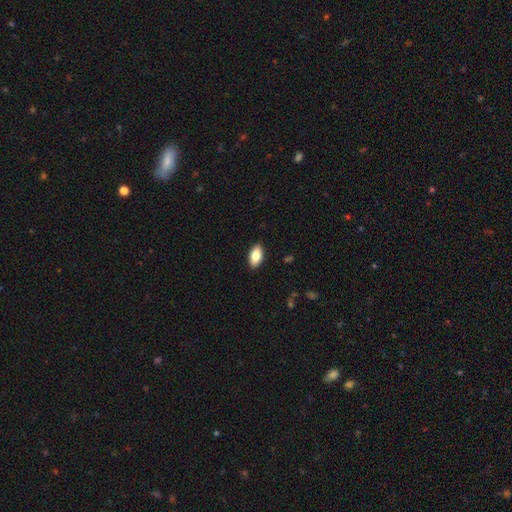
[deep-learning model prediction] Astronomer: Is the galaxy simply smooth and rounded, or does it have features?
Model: smooth — 84%.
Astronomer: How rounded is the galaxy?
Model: in between — 92%.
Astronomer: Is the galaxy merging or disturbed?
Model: none — 89%.